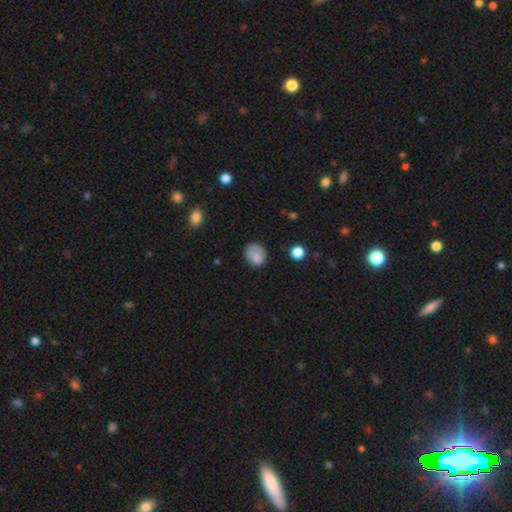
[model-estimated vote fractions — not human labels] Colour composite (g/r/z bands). It shows a smooth galaxy with no disk features (80%) that is round (70%). Merging: none (62%).